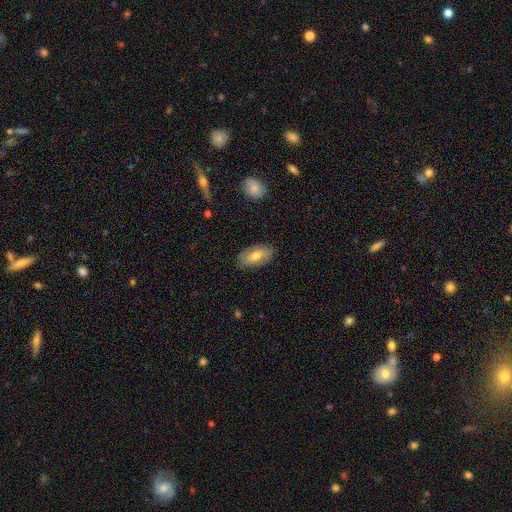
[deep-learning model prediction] Smooth or featured? Predicted: smooth (p=0.69). How rounded? Predicted: in between (p=0.92). Merging? Predicted: none (p=0.85).